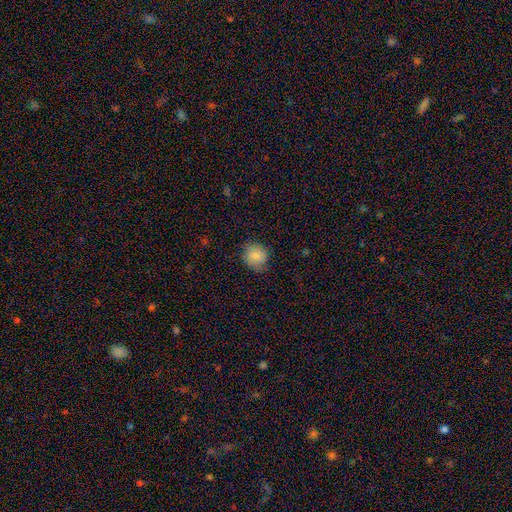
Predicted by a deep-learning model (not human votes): smooth-or-featured: smooth: 85% | star or artifact: 8% | featured or disk: 7%
  how-rounded: round: 77% | in between: 23% | cigar-shaped: 1%
  merging: none: 78% | minor disturbance: 17% | major disturbance: 4% | merger: 1%